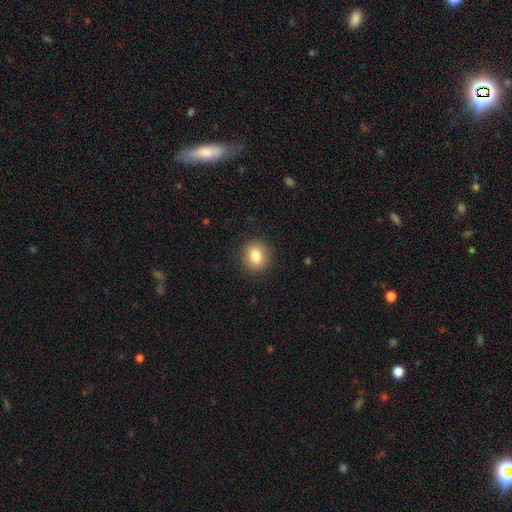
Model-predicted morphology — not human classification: Q: Smooth or featured?
A: smooth (82%); runner-up: star or artifact (9%)
Q: How rounded?
A: round (81%); runner-up: in between (18%)
Q: Merging?
A: none (90%); runner-up: minor disturbance (7%)